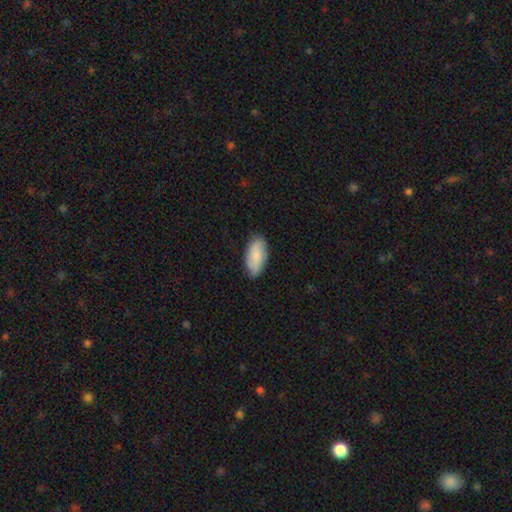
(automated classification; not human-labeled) smooth-or-featured: smooth: 80% | featured or disk: 14% | star or artifact: 6%
  how-rounded: in between: 92% | cigar-shaped: 6% | round: 2%
  merging: none: 78% | minor disturbance: 18% | major disturbance: 3% | merger: 1%